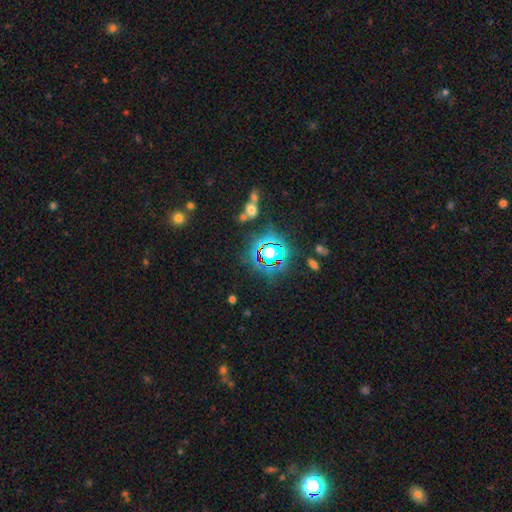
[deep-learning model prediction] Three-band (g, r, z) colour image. It shows a star or artifact, not a galaxy (72%).